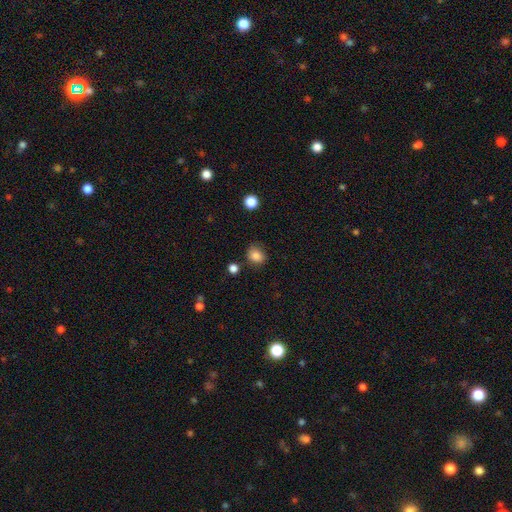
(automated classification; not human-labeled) This appears to be a smooth galaxy with no disk features (84%) that is round (64%). Merging: none (80%).